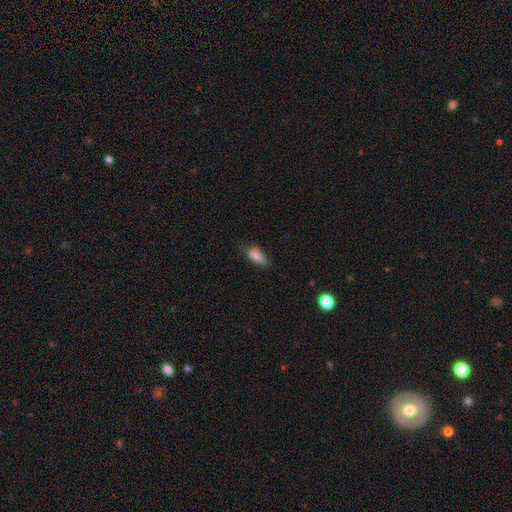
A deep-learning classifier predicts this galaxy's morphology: This appears to be a smooth galaxy with no disk features (81%) that is in between round and cigar-shaped (77%). Merging: none (65%).